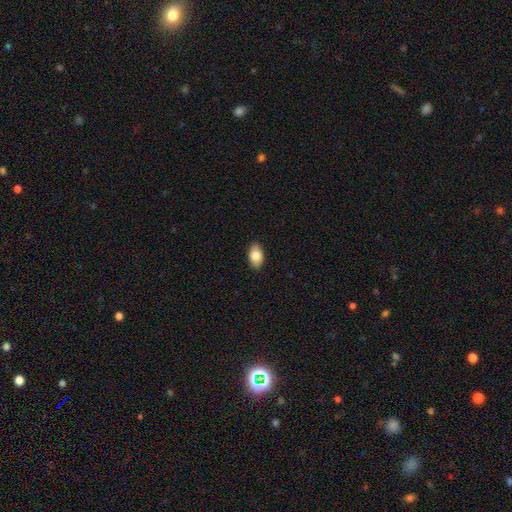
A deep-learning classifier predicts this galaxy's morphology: smooth_or_featured: smooth (p=0.82) [alt: featured or disk p=0.12]
how_rounded: in between (p=0.92) [alt: round p=0.05]
merging: none (p=0.90) [alt: minor disturbance p=0.08]